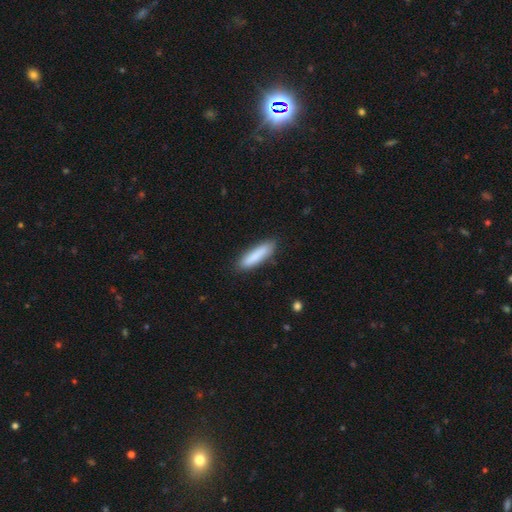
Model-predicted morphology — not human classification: Smooth or featured? Predicted: smooth (p=0.85). How rounded? Predicted: cigar-shaped (p=0.75). Merging? Predicted: none (p=0.87).